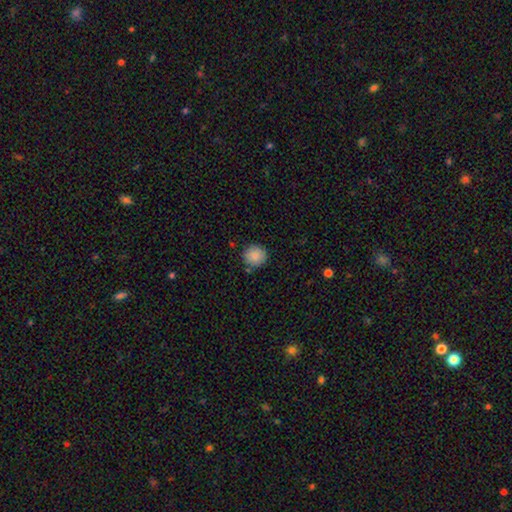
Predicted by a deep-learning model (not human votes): A smooth galaxy with no disk features (88%) that is round (92%). Merging: none (85%).